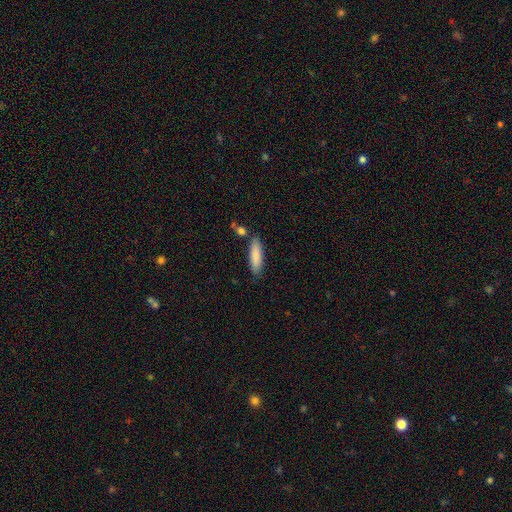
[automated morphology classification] This appears to be a smooth galaxy with no disk features (86%) that is cigar-shaped (59%). Merging: none (79%).